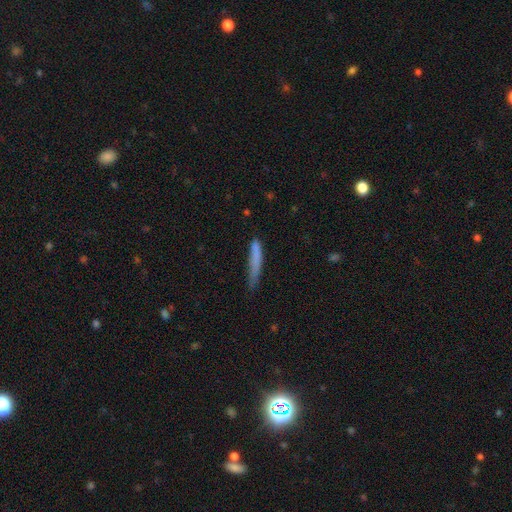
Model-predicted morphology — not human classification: type=smooth (76%); roundness=cigar-shaped (93%); merging=none (57%).